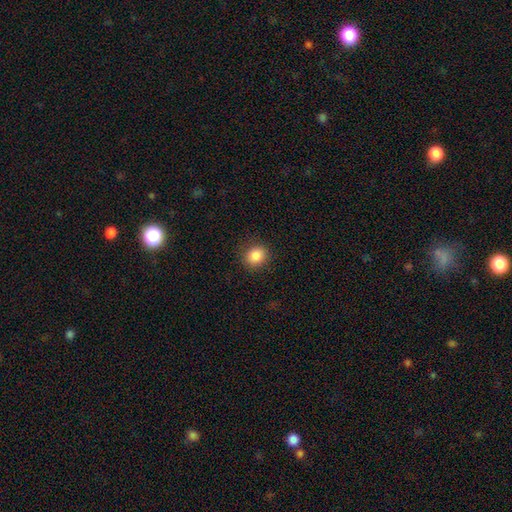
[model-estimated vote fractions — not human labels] The model was most divided on "how rounded": round: 72%, in between: 27%, cigar-shaped: 1%. More confident: merging — none (89%); smooth or featured — smooth (86%).